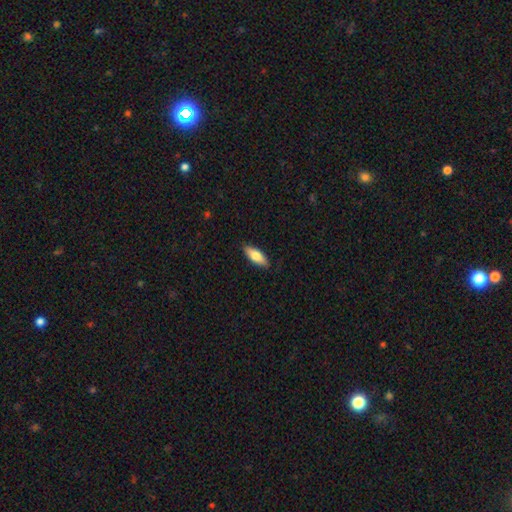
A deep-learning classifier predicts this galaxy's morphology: Smooth or featured? smooth (73%)
How rounded? in between (70%)
Merging? none (88%)